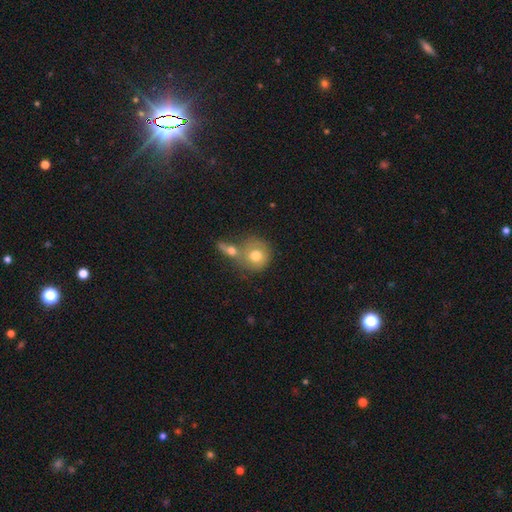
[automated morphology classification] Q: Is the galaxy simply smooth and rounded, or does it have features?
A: smooth — 71%.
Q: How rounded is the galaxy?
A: round — 87%.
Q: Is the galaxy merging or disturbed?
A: merger — 46%.